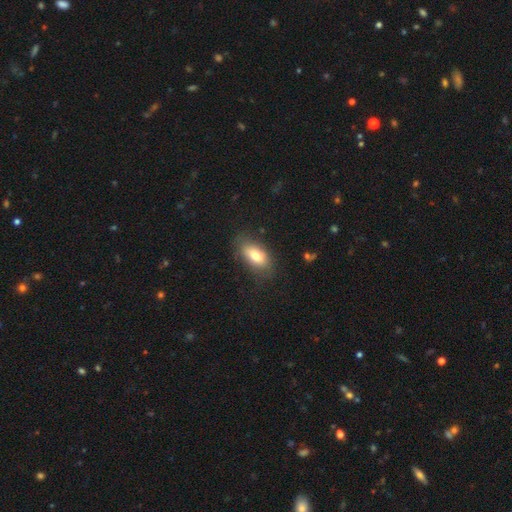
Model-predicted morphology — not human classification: smooth-or-featured: smooth: 75% | featured or disk: 17% | star or artifact: 8%
  how-rounded: in between: 89% | cigar-shaped: 6% | round: 5%
  merging: none: 75% | minor disturbance: 17% | major disturbance: 6% | merger: 2%